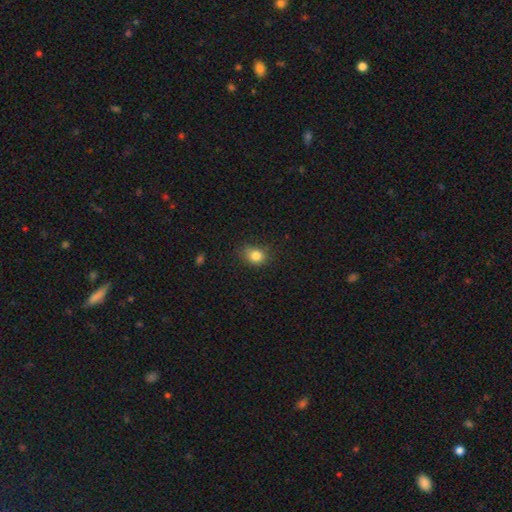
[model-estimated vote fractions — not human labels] smooth_or_featured: smooth (p=0.82) [alt: star or artifact p=0.11]
how_rounded: round (p=0.54) [alt: in between p=0.45]
merging: none (p=0.72) [alt: minor disturbance p=0.22]